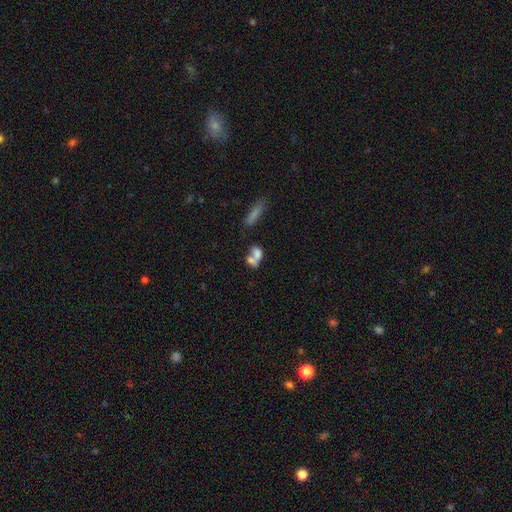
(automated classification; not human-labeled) A smooth galaxy with no disk features (67%) that is in between round and cigar-shaped (73%).

Vote fractions:
- Smooth or featured? smooth: 67% / featured or disk: 23% / star or artifact: 11%
- How rounded? in between: 73% / round: 20% / cigar-shaped: 7%
- Merging? merger: 63% / none: 22% / minor disturbance: 8% / major disturbance: 7%